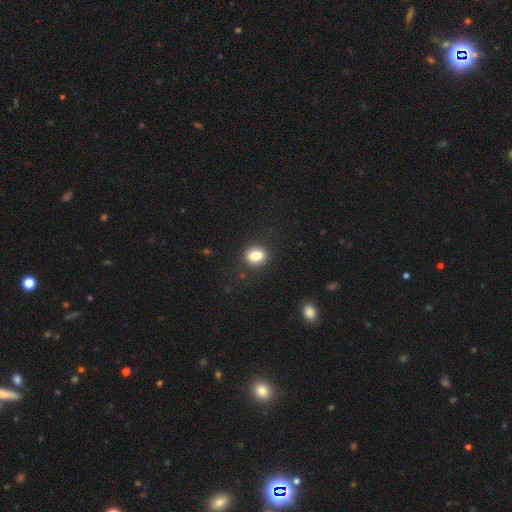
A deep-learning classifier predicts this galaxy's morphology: smooth 82%, star or artifact 10%, featured or disk 8%. Down the decision tree: how rounded — in between (50%); merging — none (88%).